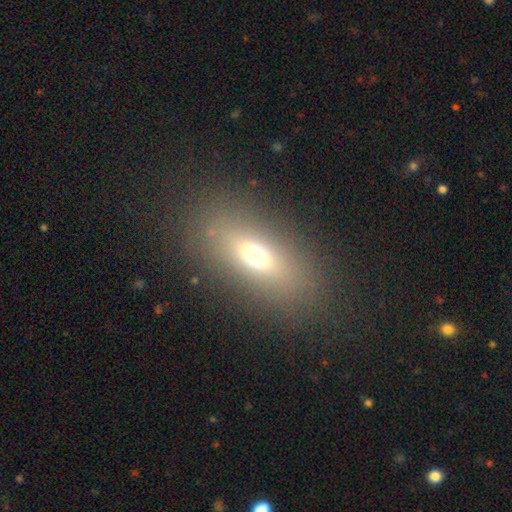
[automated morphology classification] This appears to be a smooth galaxy with no disk features (63%) that is in between round and cigar-shaped (75%). Merging: none (83%).